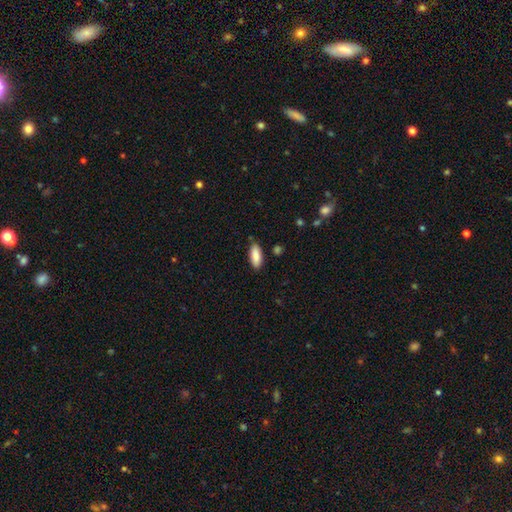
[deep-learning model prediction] This appears to be a smooth galaxy with no disk features (89%) that is in between round and cigar-shaped (77%). Merging: none (84%).